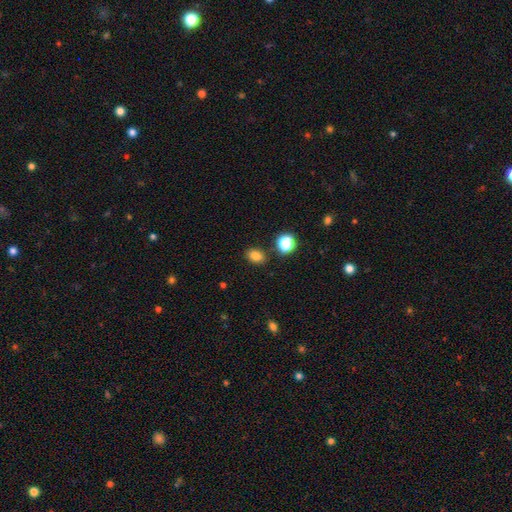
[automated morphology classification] A smooth galaxy with no disk features (82%) that is in between round and cigar-shaped (69%).

Vote fractions:
- Smooth or featured? smooth: 82% / star or artifact: 13% / featured or disk: 5%
- How rounded? in between: 69% / round: 29% / cigar-shaped: 1%
- Merging? none: 83% / minor disturbance: 10% / merger: 5% / major disturbance: 3%